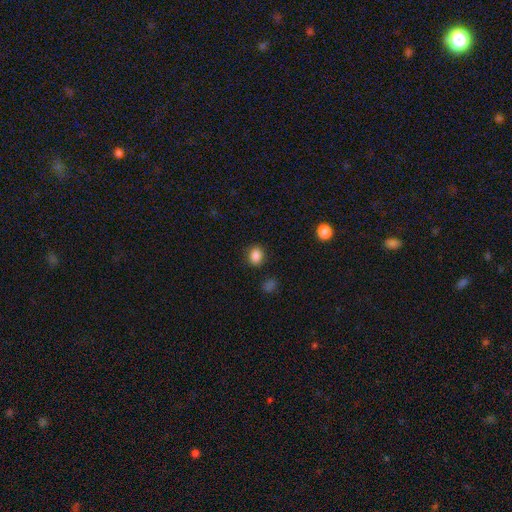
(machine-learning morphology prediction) The model was most divided on "how rounded": round: 65%, in between: 34%, cigar-shaped: 1%. More confident: merging — none (87%); smooth or featured — smooth (86%).